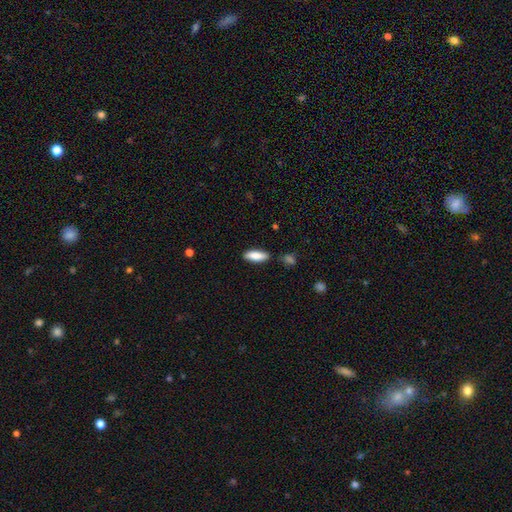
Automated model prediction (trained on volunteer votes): A smooth galaxy with no disk features (84%) that is in between round and cigar-shaped (60%).

Vote fractions:
- Smooth or featured? smooth: 84% / featured or disk: 10% / star or artifact: 6%
- How rounded? in between: 60% / cigar-shaped: 38% / round: 2%
- Merging? none: 80% / minor disturbance: 13% / merger: 4% / major disturbance: 3%